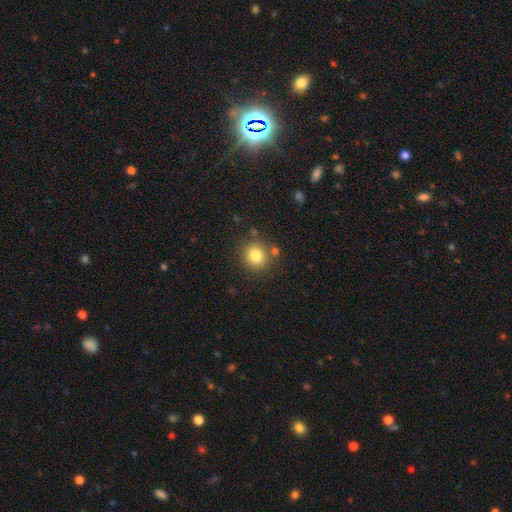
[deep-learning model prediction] smooth-or-featured: smooth: 81% | star or artifact: 12% | featured or disk: 8%
  how-rounded: round: 88% | in between: 11% | cigar-shaped: 1%
  merging: none: 80% | minor disturbance: 9% | merger: 7% | major disturbance: 3%